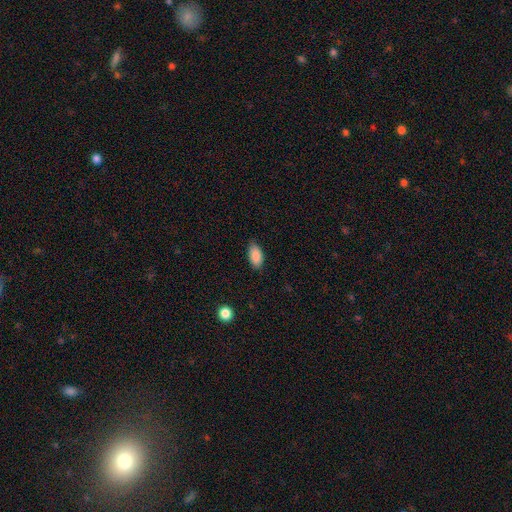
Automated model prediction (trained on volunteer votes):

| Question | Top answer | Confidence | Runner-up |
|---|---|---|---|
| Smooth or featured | smooth | 89% | star or artifact (7%) |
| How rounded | in between | 92% | cigar-shaped (5%) |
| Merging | none | 81% | minor disturbance (15%) |